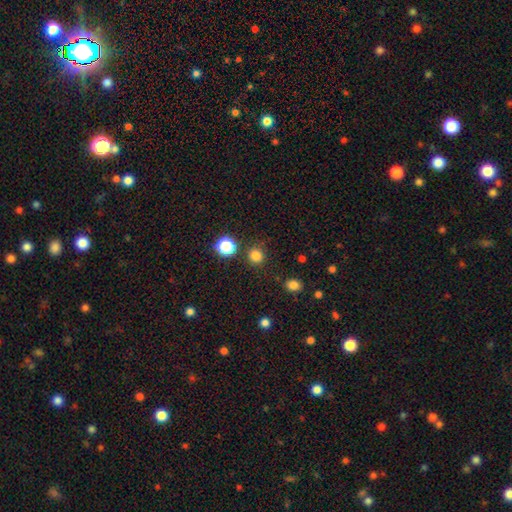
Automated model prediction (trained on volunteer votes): This is clearly a smooth galaxy (80%). How rounded: clearly round (93%). Merging: clearly none (87%).